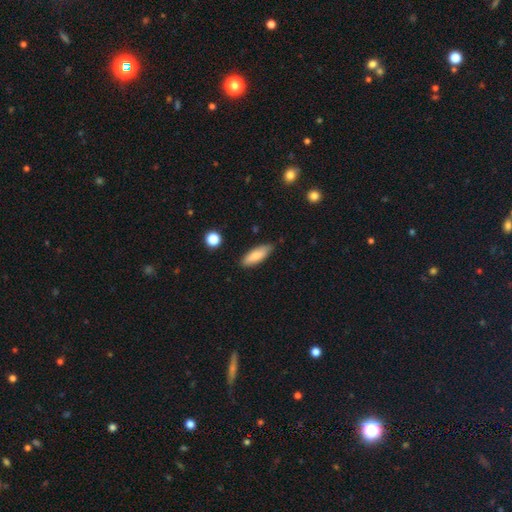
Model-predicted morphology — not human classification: Q: Smooth or featured?
A: smooth (80%); runner-up: featured or disk (14%)
Q: How rounded?
A: in between (61%); runner-up: cigar-shaped (37%)
Q: Merging?
A: none (83%); runner-up: minor disturbance (13%)